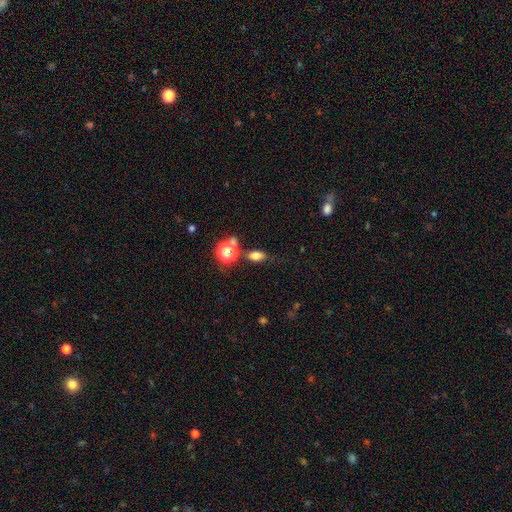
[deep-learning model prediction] Q: Smooth or featured?
A: smooth (71%); runner-up: star or artifact (18%)
Q: How rounded?
A: in between (76%); runner-up: round (19%)
Q: Merging?
A: none (67%); runner-up: minor disturbance (16%)